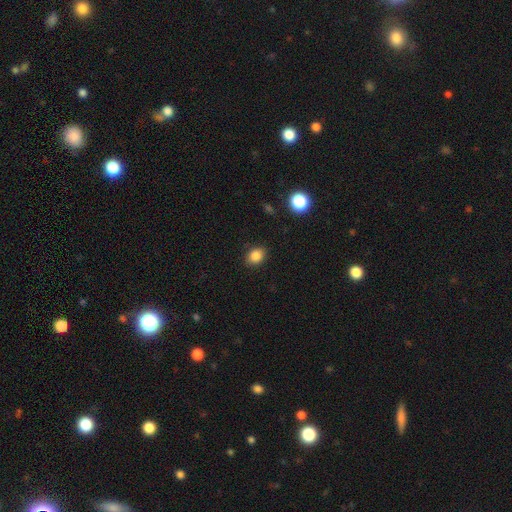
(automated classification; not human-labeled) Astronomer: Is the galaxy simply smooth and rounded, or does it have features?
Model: smooth — 85%.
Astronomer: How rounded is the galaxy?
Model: in between — 58% (runner-up: round, 41%).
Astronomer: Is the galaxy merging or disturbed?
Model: none — 88%.